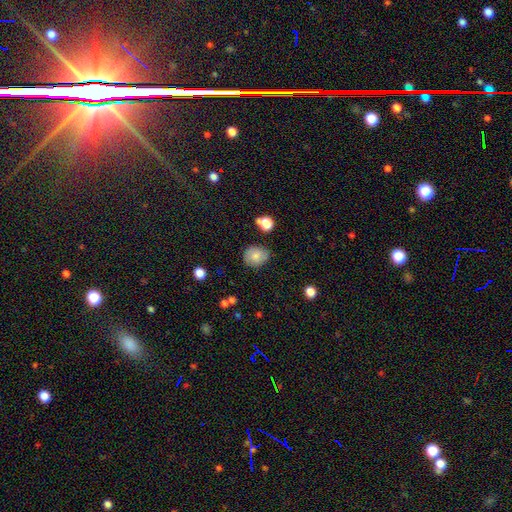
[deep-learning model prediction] Smooth or featured?
  - smooth: 75% *
  - featured or disk: 15%
  - star or artifact: 10%
How rounded?
  - round: 64% *
  - in between: 35%
  - cigar-shaped: 1%
Merging?
  - none: 75% *
  - minor disturbance: 18%
  - major disturbance: 4%
  - merger: 3%